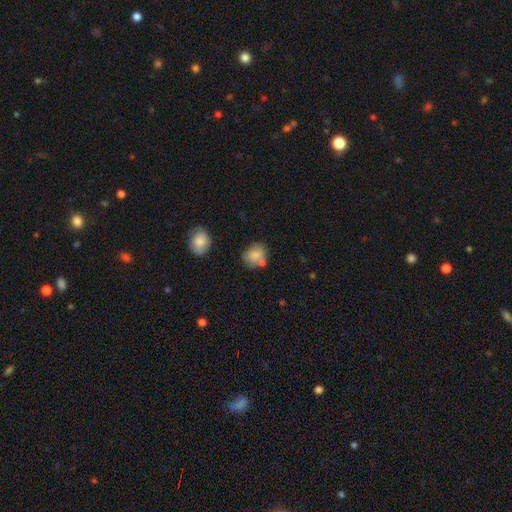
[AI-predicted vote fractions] Smooth or featured? smooth (77%)
How rounded? round (62%)
Merging? none (52%)